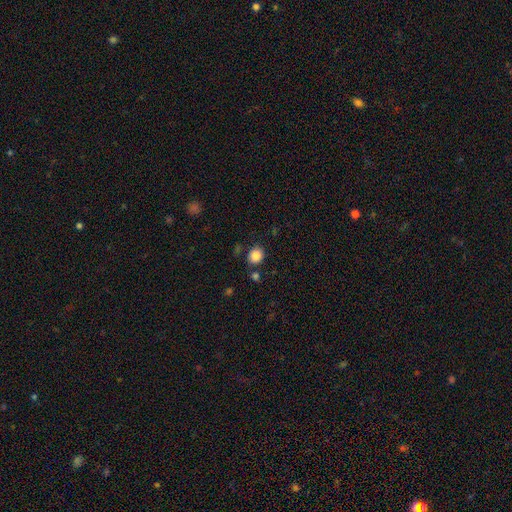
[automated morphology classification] This appears to be a smooth galaxy with no disk features (87%) that is round (69%). Merging: none (80%).